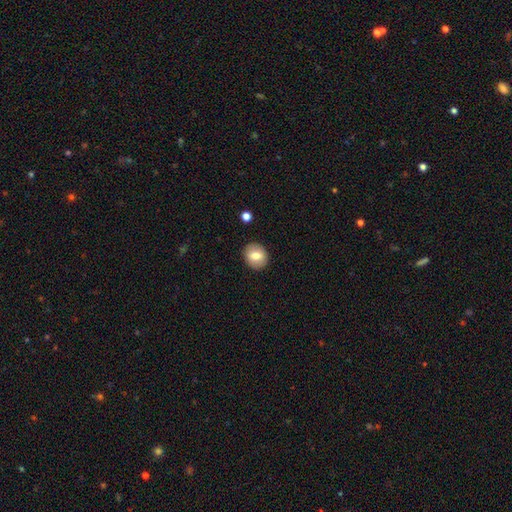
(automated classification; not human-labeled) This is likely a smooth galaxy (75%). How rounded: likely round (76%). Merging: clearly none (89%).